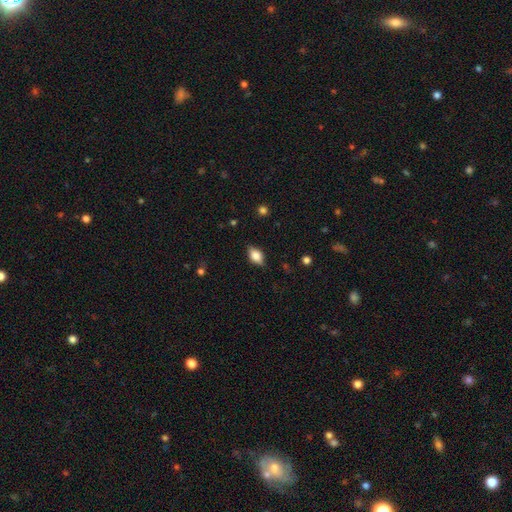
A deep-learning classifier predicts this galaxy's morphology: A smooth galaxy with no disk features (69%) that is in between round and cigar-shaped (84%).

Vote fractions:
- Smooth or featured? smooth: 69% / featured or disk: 22% / star or artifact: 9%
- How rounded? in between: 84% / round: 11% / cigar-shaped: 5%
- Merging? none: 81% / minor disturbance: 15% / major disturbance: 3% / merger: 1%